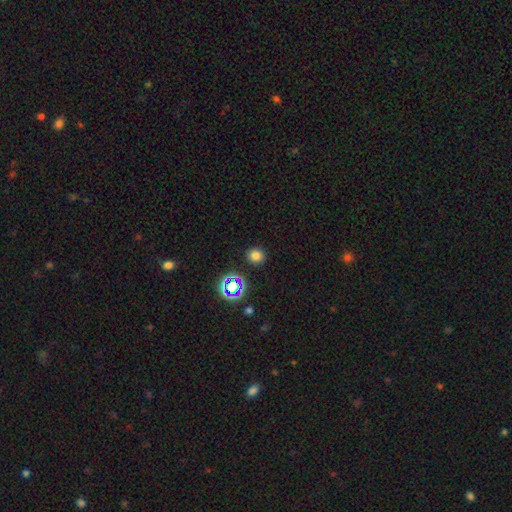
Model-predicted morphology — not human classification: Smooth or featured? smooth (74%)
How rounded? round (85%)
Merging? none (90%)